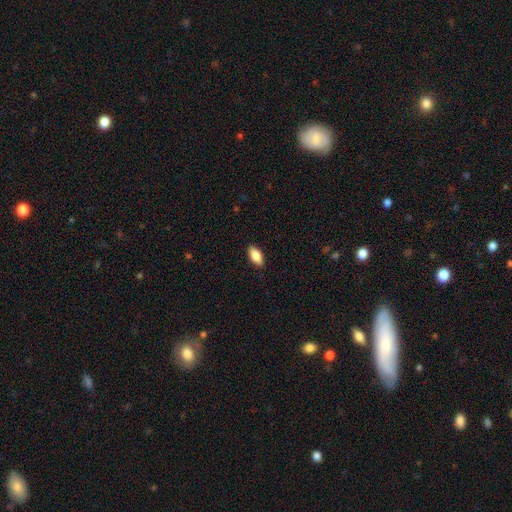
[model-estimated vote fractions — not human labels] Smooth or featured? Predicted: smooth (p=0.84). How rounded? Predicted: in between (p=0.89). Merging? Predicted: none (p=0.88).